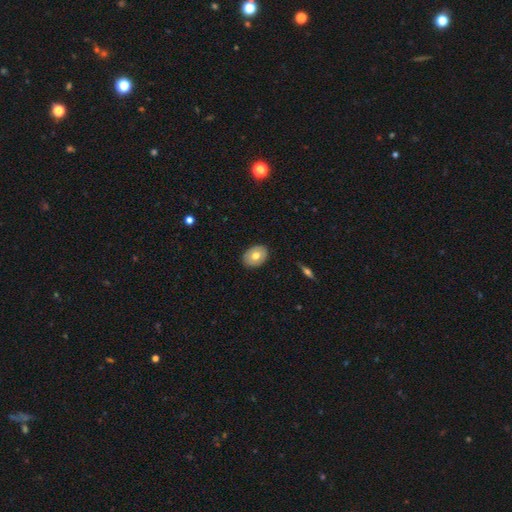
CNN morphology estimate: type=smooth (65%); roundness=in between (76%); merging=none (87%).